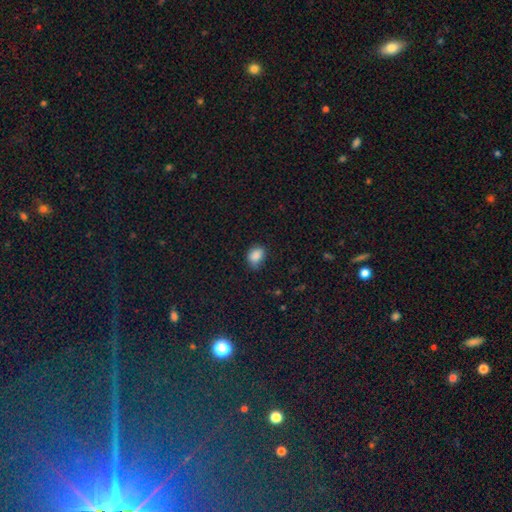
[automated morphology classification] A smooth galaxy with no disk features (87%) that is in between round and cigar-shaped (66%). Merging: none (68%).